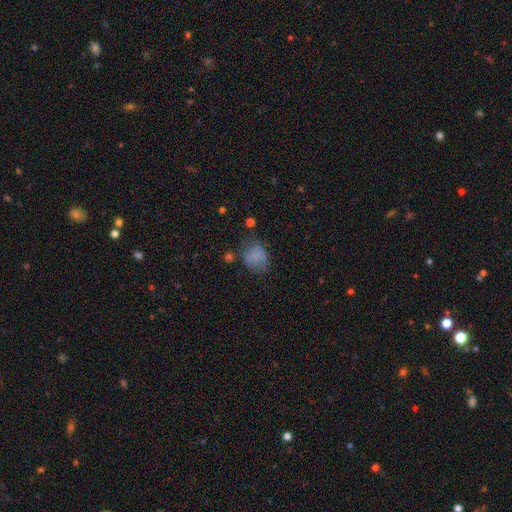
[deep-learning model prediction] This is likely a smooth galaxy (75%). How rounded: possibly round (53%). Merging: possibly none (50%).